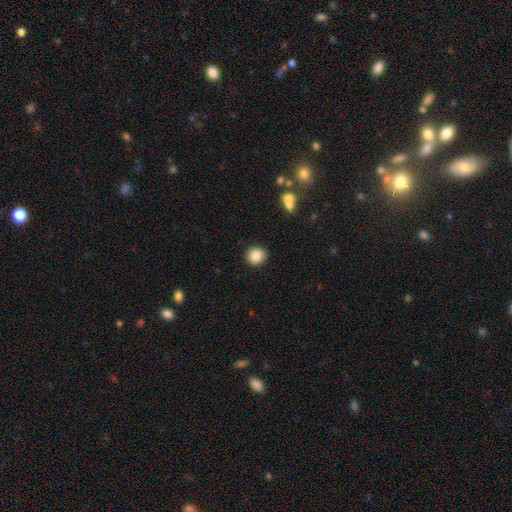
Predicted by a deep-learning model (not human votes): smooth-or-featured: smooth: 86% | star or artifact: 9% | featured or disk: 5%
  how-rounded: round: 90% | in between: 9% | cigar-shaped: 1%
  merging: none: 91% | minor disturbance: 6% | major disturbance: 2% | merger: 2%